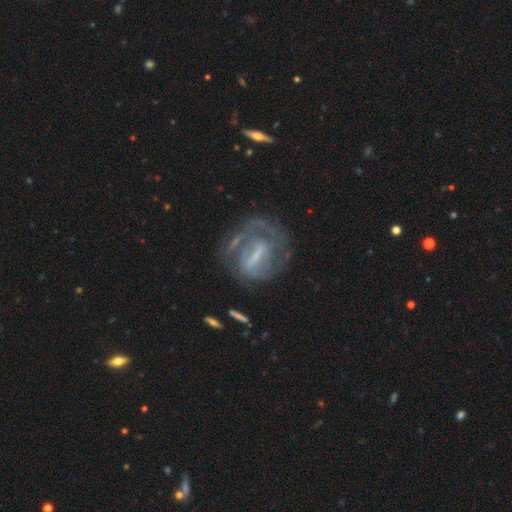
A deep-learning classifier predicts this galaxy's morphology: smooth_or_featured: featured or disk (p=0.75) [alt: smooth p=0.16]
disk_edge_on: no (p=0.94) [alt: yes p=0.06]
bar: strong (p=0.52) [alt: weak p=0.33]
has_spiral_arms: yes (p=0.70) [alt: no p=0.30]
bulge_size: none (p=0.38) [alt: small p=0.34]
merging: none (p=0.52) [alt: major disturbance p=0.24]